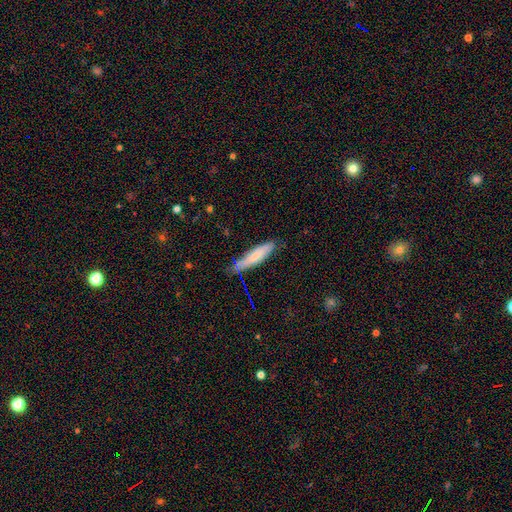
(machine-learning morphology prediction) smooth 66%, featured or disk 28%, star or artifact 6%. Down the decision tree: how rounded — cigar-shaped (80%); merging — none (73%).